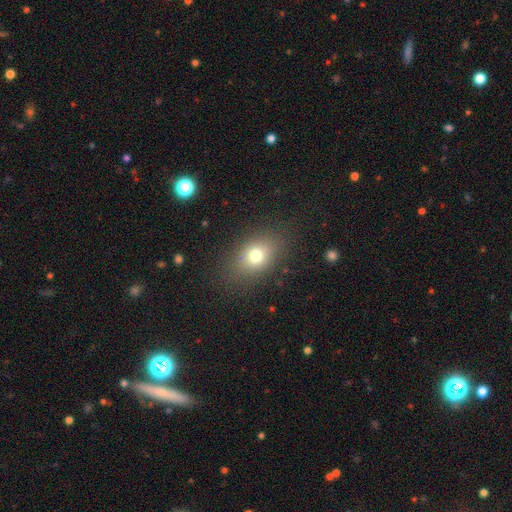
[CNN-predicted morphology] A smooth galaxy with no disk features (74%) that is in between round and cigar-shaped (71%). Merging: none (82%).